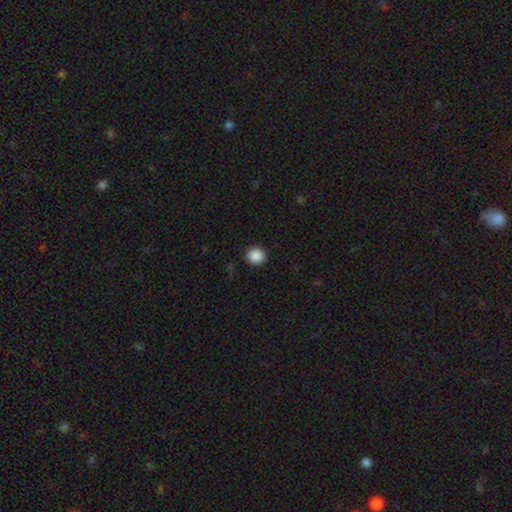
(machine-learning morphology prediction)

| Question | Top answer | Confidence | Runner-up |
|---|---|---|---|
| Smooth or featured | smooth | 88% | star or artifact (9%) |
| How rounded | round | 89% | in between (10%) |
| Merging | none | 91% | minor disturbance (6%) |